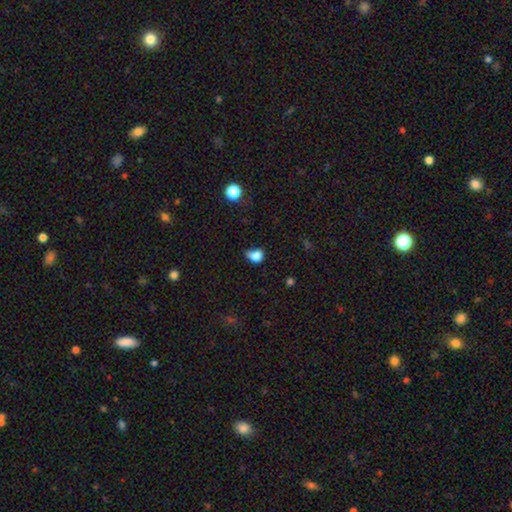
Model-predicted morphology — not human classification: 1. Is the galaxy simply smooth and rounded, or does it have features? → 79% smooth, 12% star or artifact, 9% featured or disk.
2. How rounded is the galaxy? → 58% in between, 40% round, 2% cigar-shaped.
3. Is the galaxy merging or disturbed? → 36% minor disturbance, 31% none, 19% major disturbance, 13% merger.